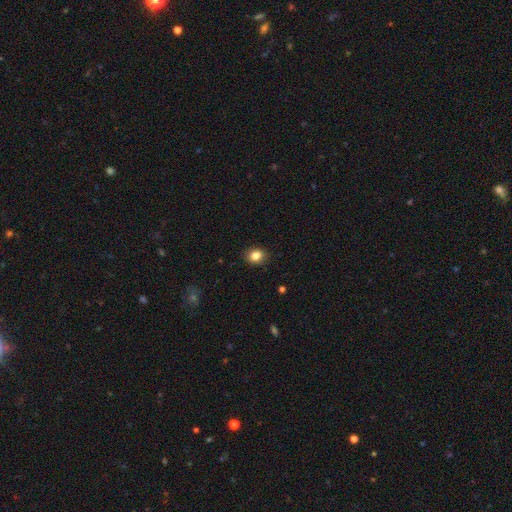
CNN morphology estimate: This appears to be a smooth galaxy with no disk features (85%) that is round (51%). Merging: none (88%).